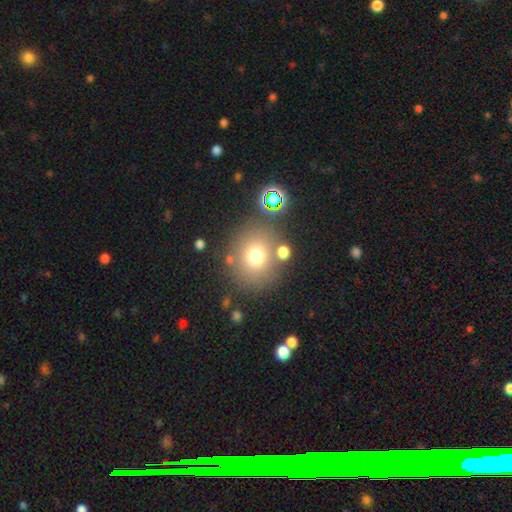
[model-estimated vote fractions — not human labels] This appears to be a smooth galaxy with no disk features (71%) that is round (81%). Merging: none (76%).